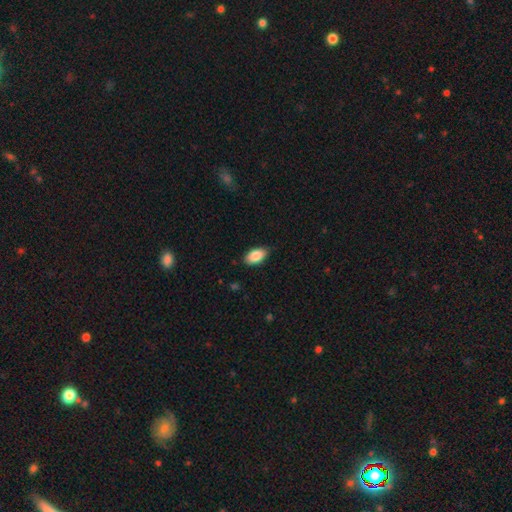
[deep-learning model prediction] Q: Smooth or featured?
A: smooth (87%); runner-up: featured or disk (7%)
Q: How rounded?
A: in between (94%); runner-up: round (4%)
Q: Merging?
A: none (82%); runner-up: minor disturbance (15%)